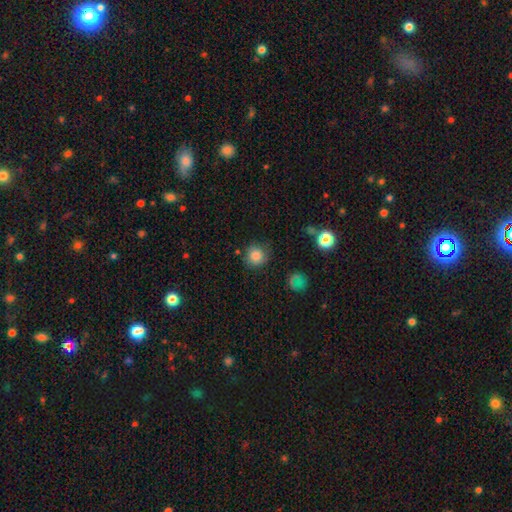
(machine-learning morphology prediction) Smooth or featured? Predicted: smooth (p=0.83). How rounded? Predicted: round (p=0.92). Merging? Predicted: none (p=0.80).